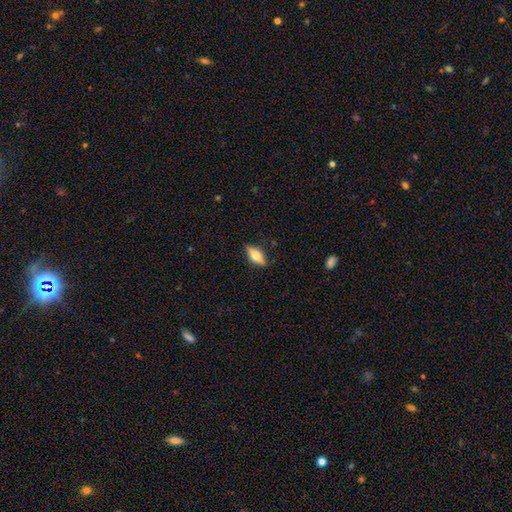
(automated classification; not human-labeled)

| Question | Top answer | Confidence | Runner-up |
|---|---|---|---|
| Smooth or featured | smooth | 56% | featured or disk (37%) |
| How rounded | in between | 70% | cigar-shaped (26%) |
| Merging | none | 81% | minor disturbance (14%) |